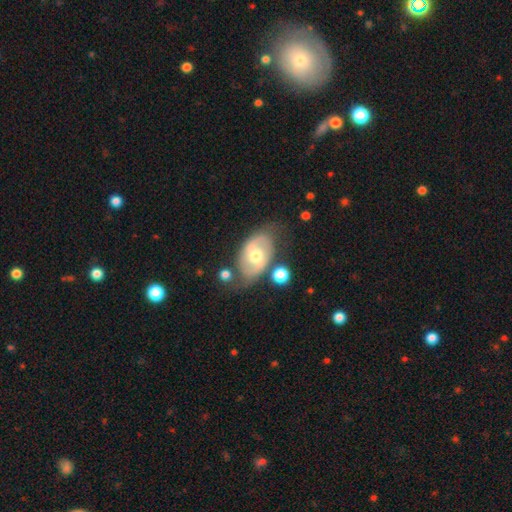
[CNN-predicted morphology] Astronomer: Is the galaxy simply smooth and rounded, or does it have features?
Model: featured or disk — 65%.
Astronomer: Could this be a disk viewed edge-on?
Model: no — 94%.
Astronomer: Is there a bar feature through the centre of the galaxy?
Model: no — 55% (runner-up: weak, 34%).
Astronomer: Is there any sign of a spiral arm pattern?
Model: yes — 68%.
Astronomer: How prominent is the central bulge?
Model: moderate — 71%.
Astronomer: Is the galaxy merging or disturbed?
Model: none — 64%.